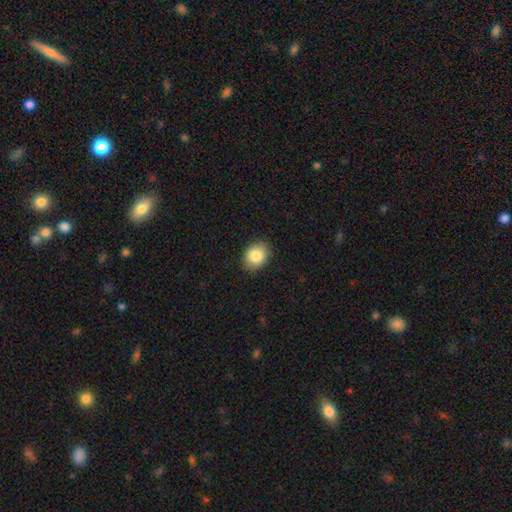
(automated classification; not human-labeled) smooth_or_featured: smooth (p=0.86) [alt: star or artifact p=0.08]
how_rounded: in between (p=0.62) [alt: round p=0.37]
merging: none (p=0.87) [alt: minor disturbance p=0.10]